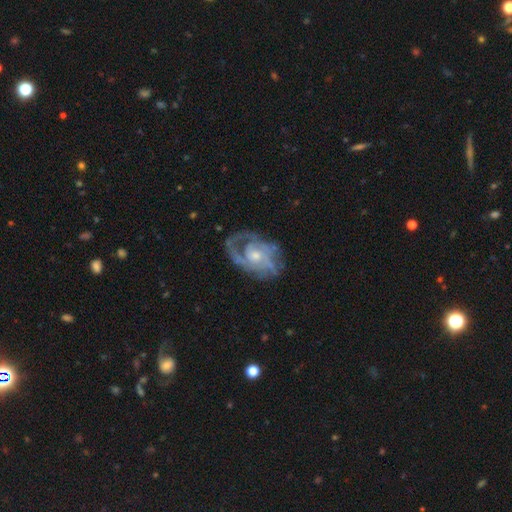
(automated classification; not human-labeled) A featured or disk galaxy (82%) with no bar (73%), tight (45%) spiral arms (86%) and a moderate central bulge (49%).

Vote fractions:
- Smooth or featured? featured or disk: 82% / smooth: 12% / star or artifact: 7%
- Edge-on disk? no: 96% / yes: 4%
- Bar? no: 73% / weak: 23% / strong: 4%
- Spiral arms? yes: 86% / no: 14%
- Spiral winding? tight: 45% / medium: 39% / loose: 15%
- Spiral arm count? can't tell: 37% / 2: 27% / 3: 18% / 1: 8% / 4: 6% / more than 4: 4%
- Bulge size? moderate: 49% / small: 43% / large: 4% / none: 3% / dominant: 1%
- Merging? none: 61% / minor disturbance: 21% / major disturbance: 16% / merger: 2%